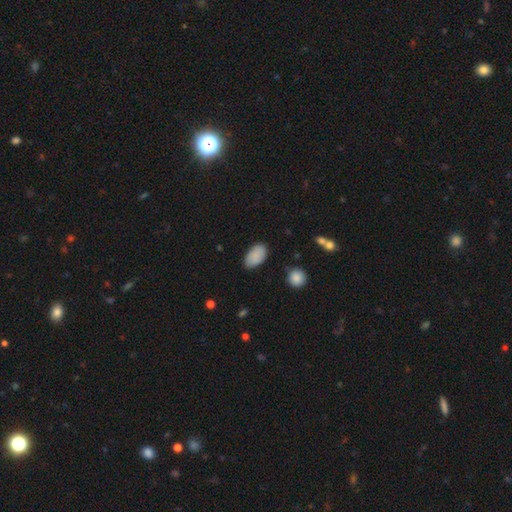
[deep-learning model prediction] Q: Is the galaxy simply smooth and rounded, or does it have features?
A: smooth — 85%.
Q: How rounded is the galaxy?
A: in between — 94%.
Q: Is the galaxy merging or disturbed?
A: none — 78%.